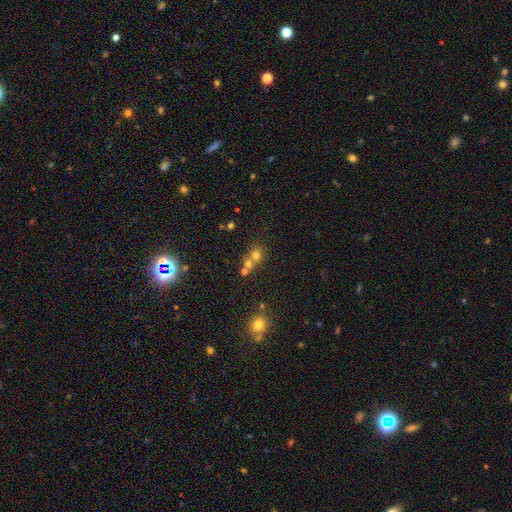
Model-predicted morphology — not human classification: Smooth or featured?
  - smooth: 66% *
  - star or artifact: 21%
  - featured or disk: 13%
How rounded?
  - round: 83% *
  - in between: 16%
  - cigar-shaped: 1%
Merging?
  - none: 46% *
  - merger: 44%
  - minor disturbance: 7%
  - major disturbance: 3%